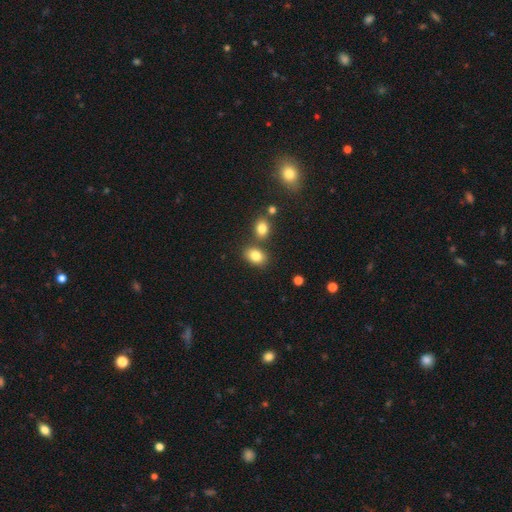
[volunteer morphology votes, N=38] smooth 89%, star or artifact 8%, featured or disk 3%. Down the decision tree: how rounded — in between (79%); merging — none (57%).